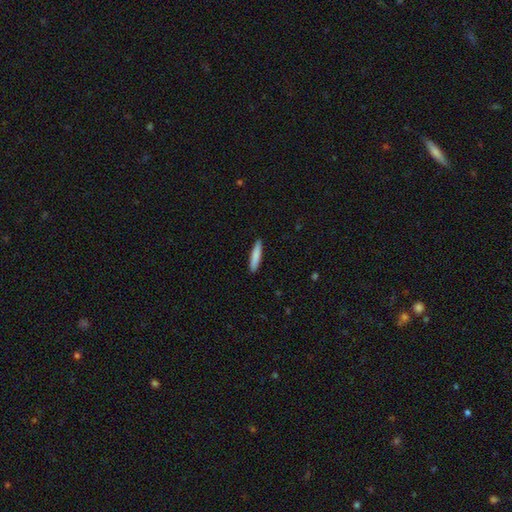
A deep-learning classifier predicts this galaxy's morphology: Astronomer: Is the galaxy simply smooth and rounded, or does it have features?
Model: smooth — 84%.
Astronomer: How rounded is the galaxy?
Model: cigar-shaped — 89%.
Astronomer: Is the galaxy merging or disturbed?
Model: none — 90%.